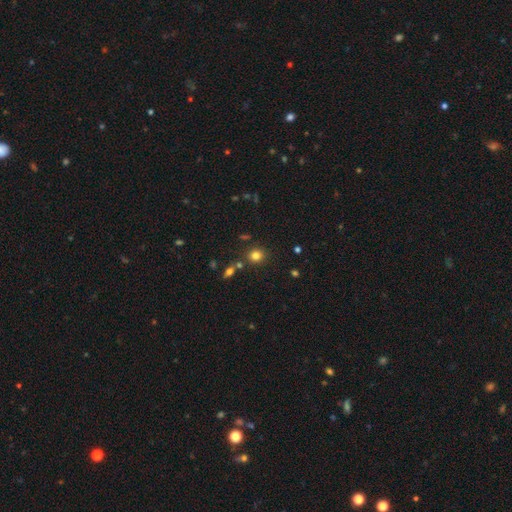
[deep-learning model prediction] Smooth or featured: smooth — 78% (star or artifact — 15%)
How rounded: round — 81% (in between — 18%)
Merging: none — 80% (minor disturbance — 9%)